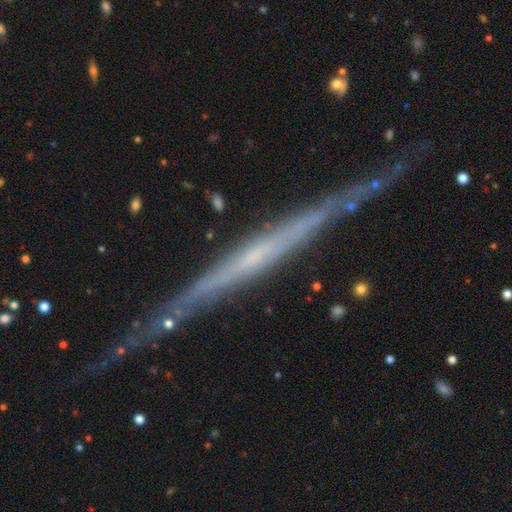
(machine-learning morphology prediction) featured or disk 78%, smooth 12%, star or artifact 10%. Down the decision tree: edge-on disk — yes (96%); edge-on bulge — none (70%); merging — none (84%).